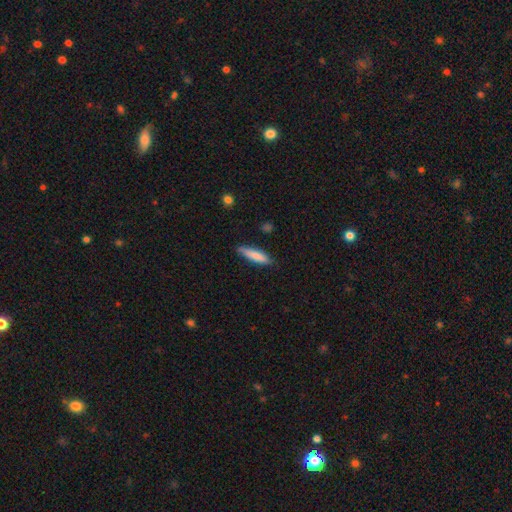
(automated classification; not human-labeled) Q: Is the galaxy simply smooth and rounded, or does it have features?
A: smooth — 80%.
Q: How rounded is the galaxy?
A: cigar-shaped — 75%.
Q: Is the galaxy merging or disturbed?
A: none — 78%.